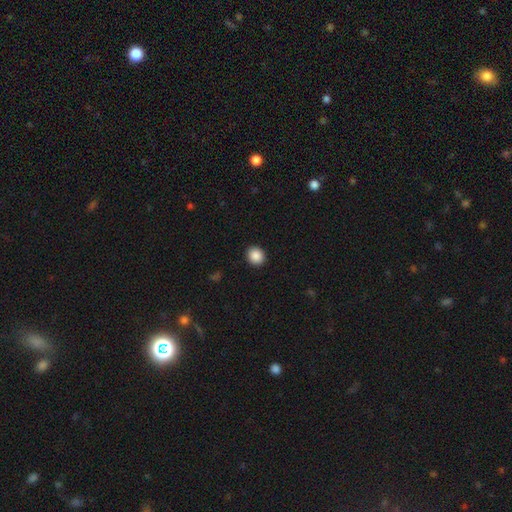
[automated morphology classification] type=smooth (88%); roundness=round (79%); merging=none (92%).